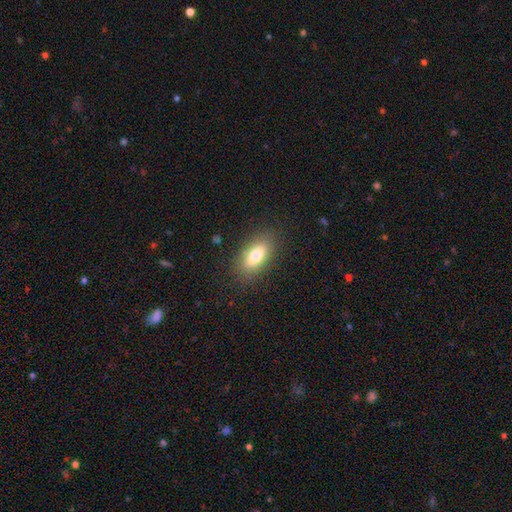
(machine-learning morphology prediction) Smooth or featured? Predicted: smooth (p=0.76). How rounded? Predicted: in between (p=0.85). Merging? Predicted: none (p=0.85).